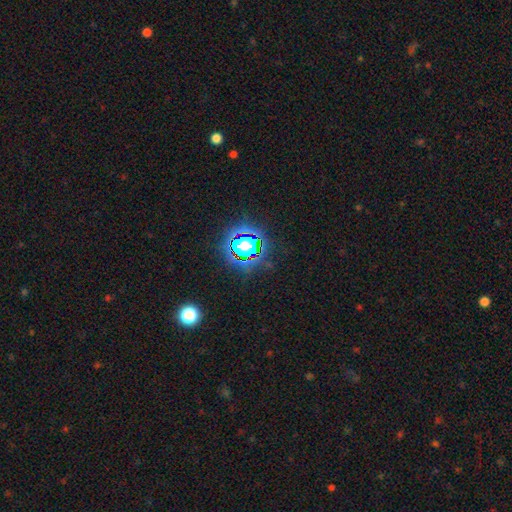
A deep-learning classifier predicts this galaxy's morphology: A star or artifact, not a galaxy (81%).

Vote fractions:
- Smooth or featured? star or artifact: 81% / smooth: 12% / featured or disk: 7%